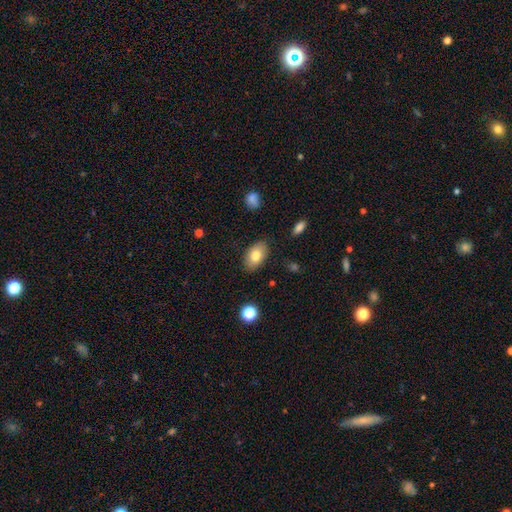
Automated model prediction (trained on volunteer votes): smooth 77%, featured or disk 16%, star or artifact 8%. Down the decision tree: how rounded — in between (91%); merging — none (86%).